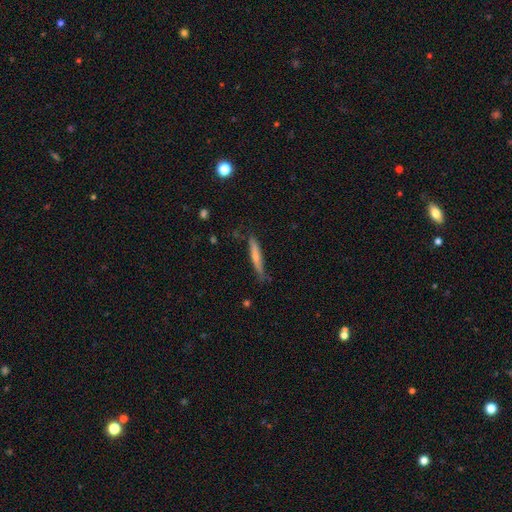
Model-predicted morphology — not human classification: Overall: smooth (54%; featured or disk 40%). How rounded: cigar-shaped (92%). Merging: none (77%).